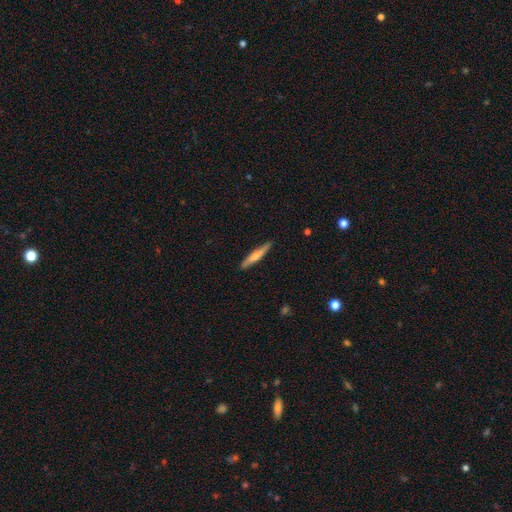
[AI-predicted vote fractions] Morphology: type=smooth (62%); roundness=cigar-shaped (93%); merging=none (87%).